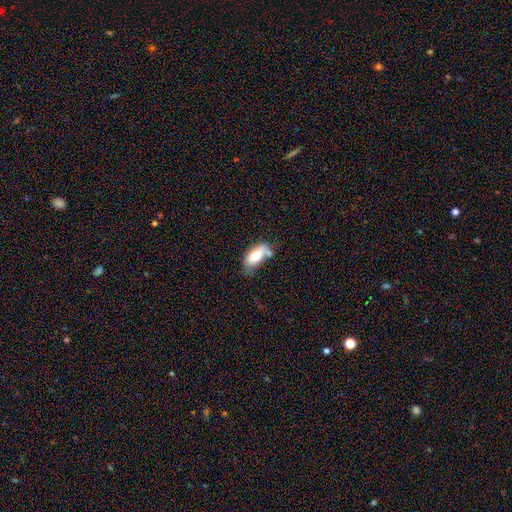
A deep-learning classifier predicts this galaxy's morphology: This appears to be a smooth galaxy with no disk features (74%) that is in between round and cigar-shaped (89%). Merging: none (35%).